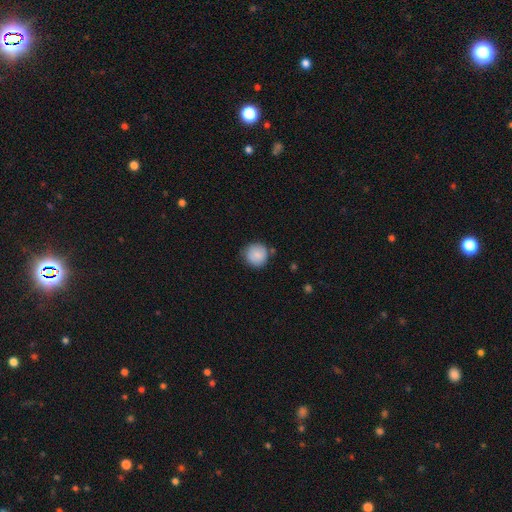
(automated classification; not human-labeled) A smooth galaxy with no disk features (86%) that is round (93%).

Vote fractions:
- Smooth or featured? smooth: 86% / star or artifact: 7% / featured or disk: 6%
- How rounded? round: 93% / in between: 6% / cigar-shaped: 1%
- Merging? none: 79% / minor disturbance: 14% / merger: 3% / major disturbance: 3%